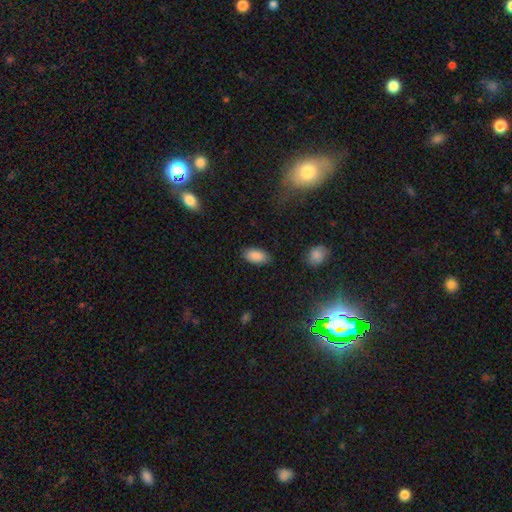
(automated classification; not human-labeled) The model was most divided on "merging": none: 83%, minor disturbance: 13%, major disturbance: 3%, merger: 1%. More confident: how rounded — in between (94%); smooth or featured — smooth (88%).